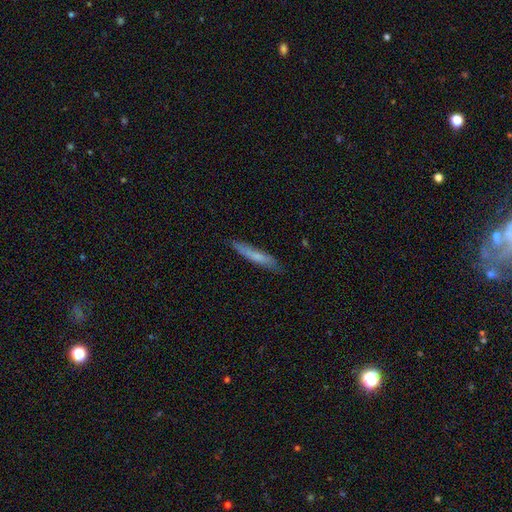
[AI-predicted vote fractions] A smooth galaxy with no disk features (65%) that is cigar-shaped (93%). Merging: none (83%).